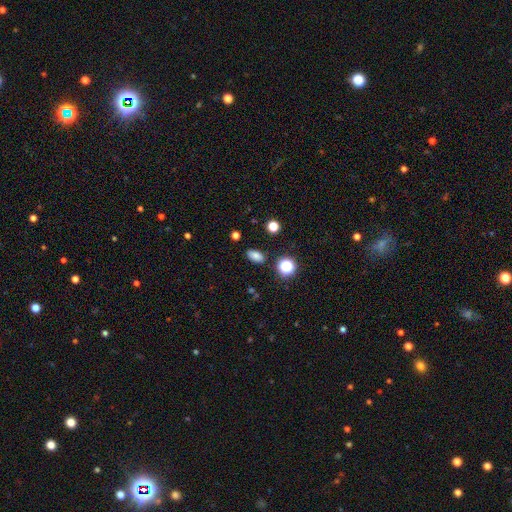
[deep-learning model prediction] smooth_or_featured: smooth (p=0.78) [alt: star or artifact p=0.15]
how_rounded: in between (p=0.86) [alt: round p=0.12]
merging: none (p=0.85) [alt: minor disturbance p=0.10]